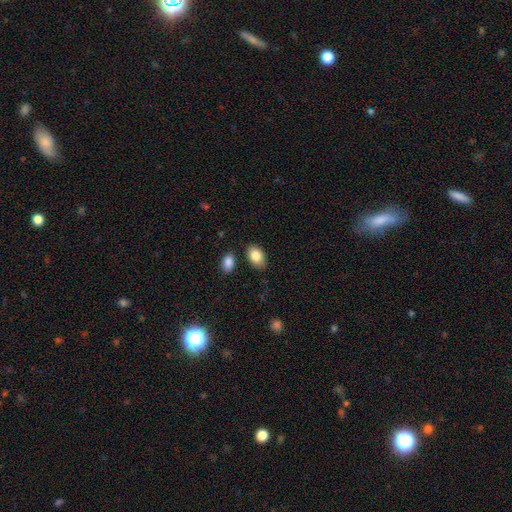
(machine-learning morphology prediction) Q: Smooth or featured?
A: smooth (85%); runner-up: featured or disk (8%)
Q: How rounded?
A: in between (90%); runner-up: round (9%)
Q: Merging?
A: none (81%); runner-up: minor disturbance (12%)